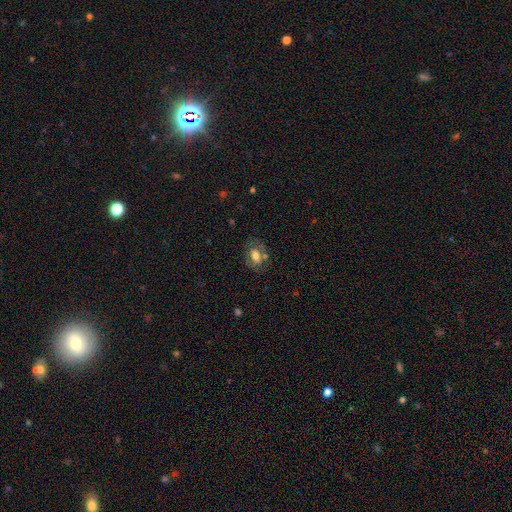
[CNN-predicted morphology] A smooth galaxy with no disk features (59%) that is in between round and cigar-shaped (74%).

Vote fractions:
- Smooth or featured? smooth: 59% / featured or disk: 31% / star or artifact: 10%
- How rounded? in between: 74% / round: 25% / cigar-shaped: 2%
- Merging? none: 65% / minor disturbance: 19% / major disturbance: 8% / merger: 8%